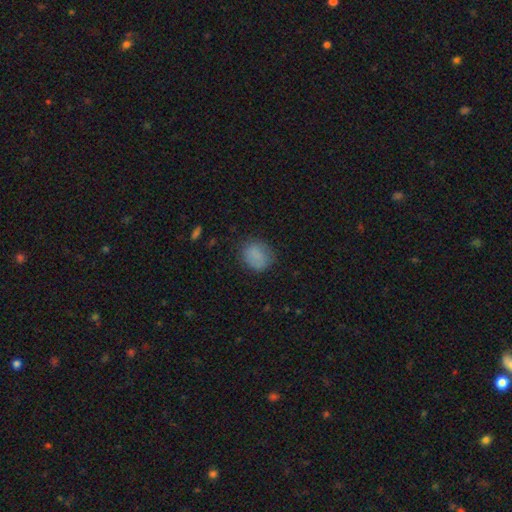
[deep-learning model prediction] Smooth or featured?
  - smooth: 83% *
  - star or artifact: 10%
  - featured or disk: 7%
How rounded?
  - round: 64% *
  - in between: 34%
  - cigar-shaped: 1%
Merging?
  - none: 75% *
  - minor disturbance: 19%
  - major disturbance: 5%
  - merger: 1%